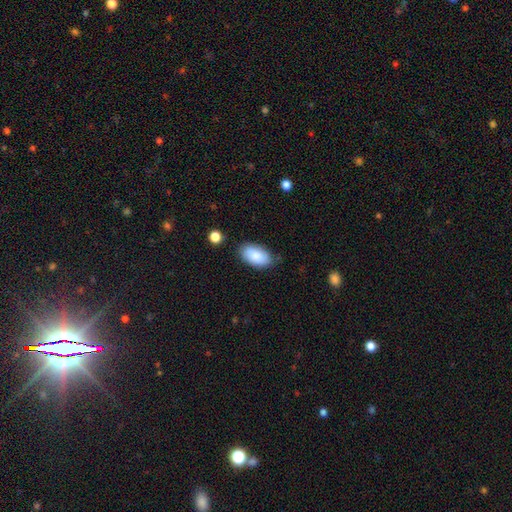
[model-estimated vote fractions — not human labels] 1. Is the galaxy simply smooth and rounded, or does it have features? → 87% smooth, 6% featured or disk, 6% star or artifact.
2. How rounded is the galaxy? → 95% in between, 3% round, 2% cigar-shaped.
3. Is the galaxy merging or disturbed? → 79% none, 16% minor disturbance, 3% major disturbance, 2% merger.